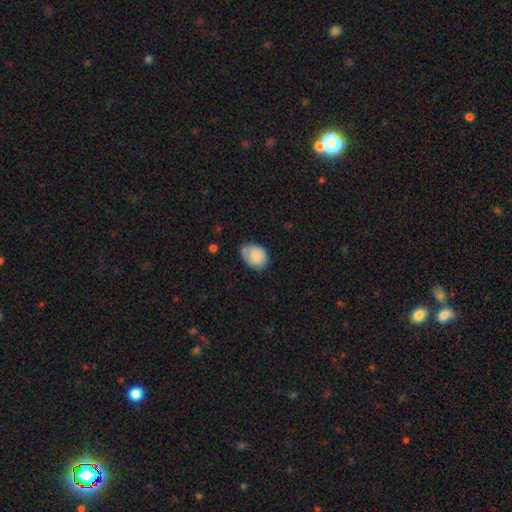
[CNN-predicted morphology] smooth-or-featured: smooth: 82% | featured or disk: 12% | star or artifact: 7%
  how-rounded: in between: 70% | round: 29% | cigar-shaped: 1%
  merging: none: 59% | minor disturbance: 32% | major disturbance: 6% | merger: 2%